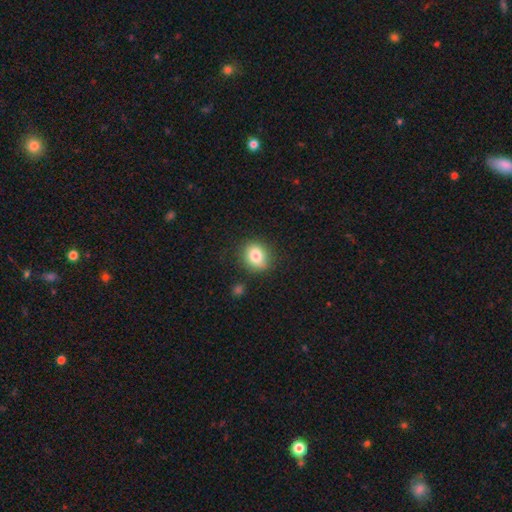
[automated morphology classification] The model was most divided on "how rounded": round: 64%, in between: 35%, cigar-shaped: 1%. More confident: merging — none (83%); smooth or featured — smooth (81%).